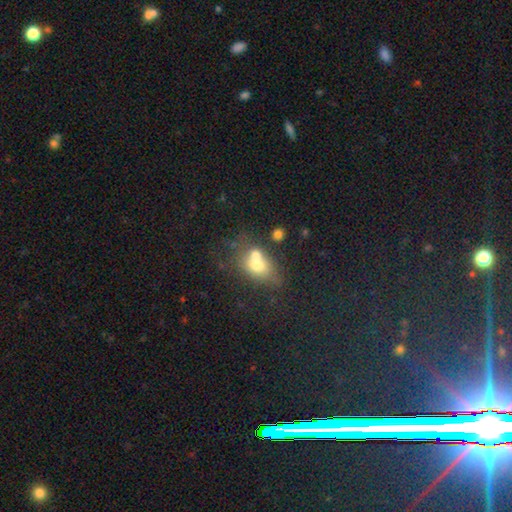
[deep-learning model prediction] A smooth galaxy with no disk features (65%) that is in between round and cigar-shaped (56%). Merging: merger (53%).